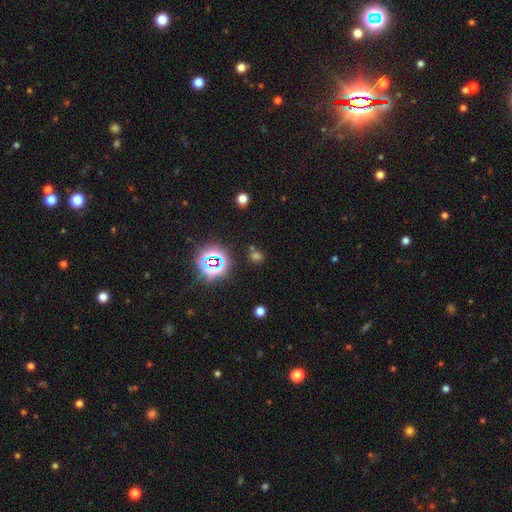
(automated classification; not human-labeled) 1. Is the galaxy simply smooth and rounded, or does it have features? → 47% star or artifact, 45% smooth, 8% featured or disk.